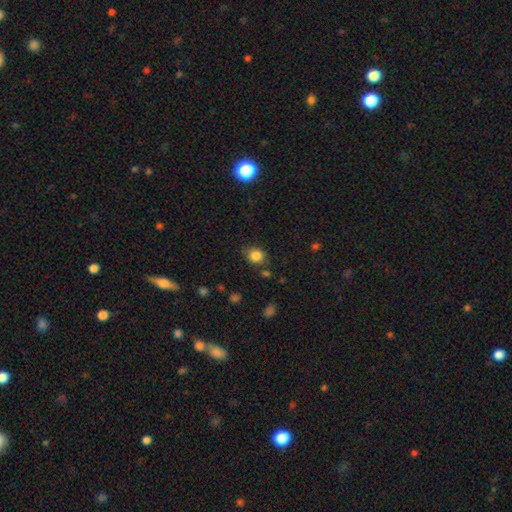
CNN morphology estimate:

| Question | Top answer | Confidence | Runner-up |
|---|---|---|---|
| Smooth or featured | smooth | 83% | star or artifact (11%) |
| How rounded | round | 59% | in between (40%) |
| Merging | none | 75% | minor disturbance (17%) |